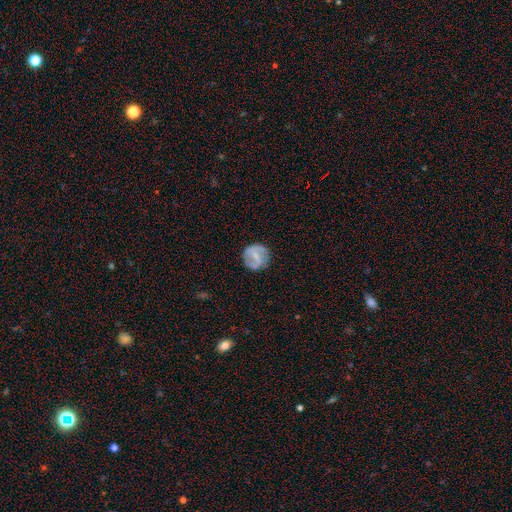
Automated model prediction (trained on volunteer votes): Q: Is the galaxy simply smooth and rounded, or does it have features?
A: featured or disk — 56%.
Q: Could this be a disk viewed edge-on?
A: no — 96%.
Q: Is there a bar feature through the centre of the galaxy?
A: weak — 43%.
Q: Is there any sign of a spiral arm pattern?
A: yes — 62%.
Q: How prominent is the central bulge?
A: small — 53%.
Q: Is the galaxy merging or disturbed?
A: none — 78%.